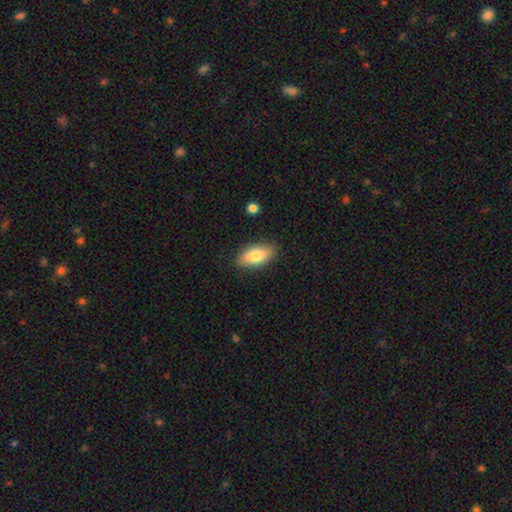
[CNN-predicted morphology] A smooth galaxy with no disk features (79%) that is in between round and cigar-shaped (86%).

Vote fractions:
- Smooth or featured? smooth: 79% / featured or disk: 15% / star or artifact: 7%
- How rounded? in between: 86% / cigar-shaped: 12% / round: 3%
- Merging? none: 85% / minor disturbance: 11% / major disturbance: 2% / merger: 1%